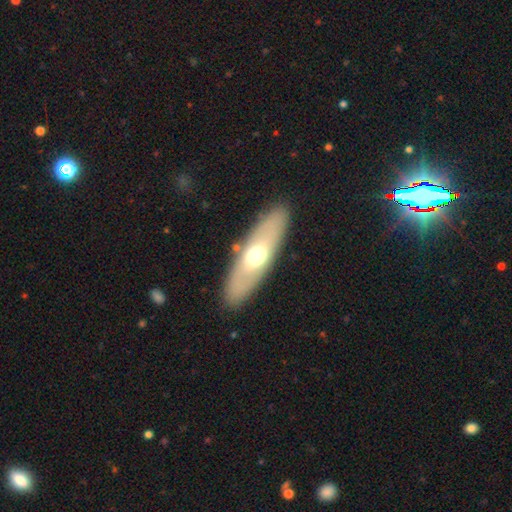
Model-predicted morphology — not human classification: smooth_or_featured: smooth (p=0.53) [alt: featured or disk p=0.41]
how_rounded: in between (p=0.57) [alt: cigar-shaped p=0.40]
merging: none (p=0.86) [alt: minor disturbance p=0.09]